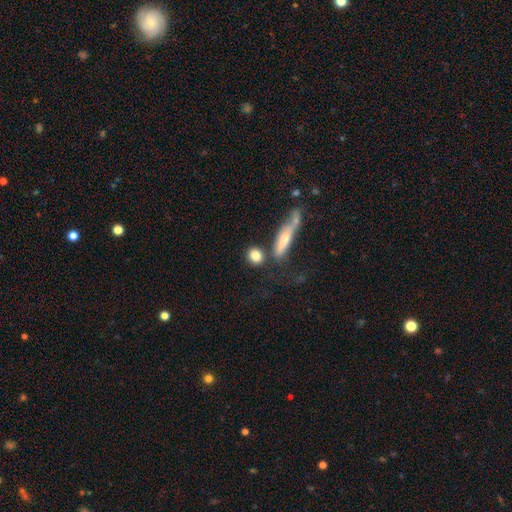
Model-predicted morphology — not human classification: Q: Smooth or featured?
A: smooth (81%); runner-up: featured or disk (11%)
Q: How rounded?
A: round (59%); runner-up: in between (32%)
Q: Merging?
A: none (68%); runner-up: merger (16%)